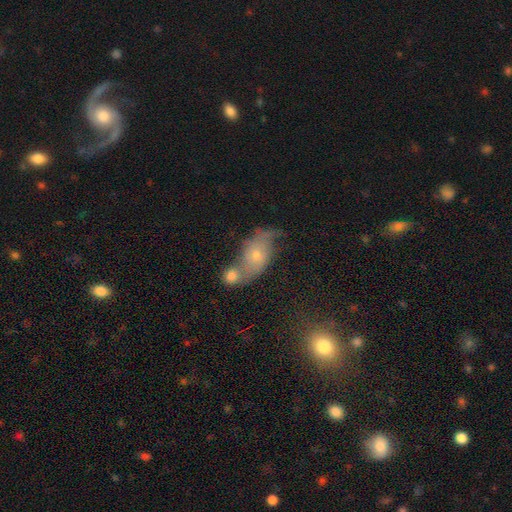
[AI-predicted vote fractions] Morphology: type=featured or disk (56%); edge-on=no (94%); bar=no (77%); spiral arms=yes (71%); bulge=small (60%); merging=merger (51%).